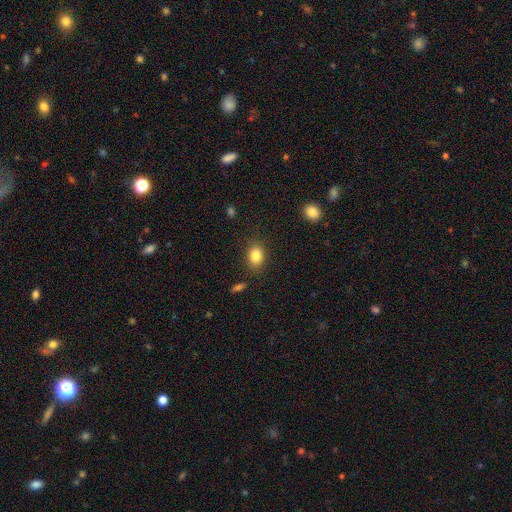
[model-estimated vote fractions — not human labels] smooth-or-featured: smooth: 84% | star or artifact: 9% | featured or disk: 7%
  how-rounded: in between: 67% | round: 32% | cigar-shaped: 1%
  merging: none: 85% | minor disturbance: 11% | major disturbance: 3% | merger: 2%